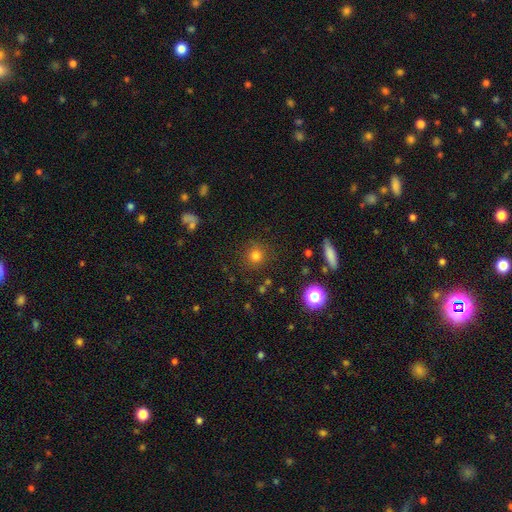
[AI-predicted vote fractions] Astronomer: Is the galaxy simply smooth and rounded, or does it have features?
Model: smooth — 76%.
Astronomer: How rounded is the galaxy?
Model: round — 92%.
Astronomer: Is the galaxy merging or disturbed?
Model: none — 86%.